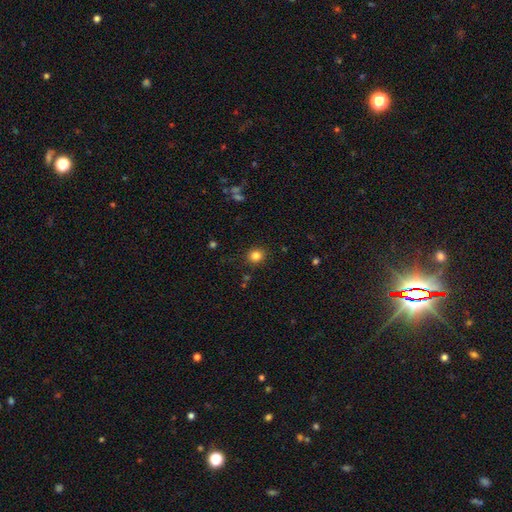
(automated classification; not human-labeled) Q: Smooth or featured?
A: smooth (84%); runner-up: star or artifact (12%)
Q: How rounded?
A: round (80%); runner-up: in between (19%)
Q: Merging?
A: none (87%); runner-up: minor disturbance (8%)